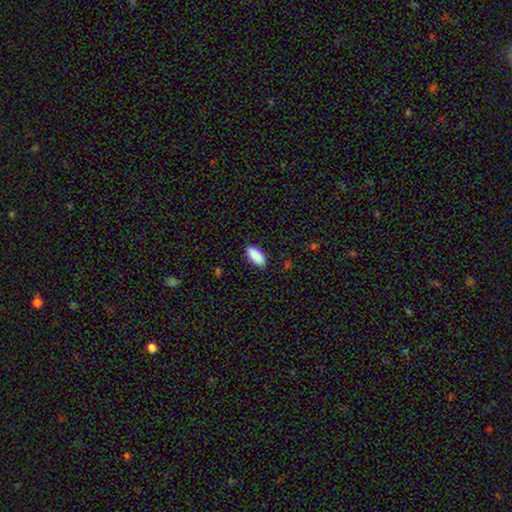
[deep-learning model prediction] smooth_or_featured: smooth (p=0.91) [alt: star or artifact p=0.06]
how_rounded: in between (p=0.89) [alt: cigar-shaped p=0.09]
merging: none (p=0.89) [alt: minor disturbance p=0.08]